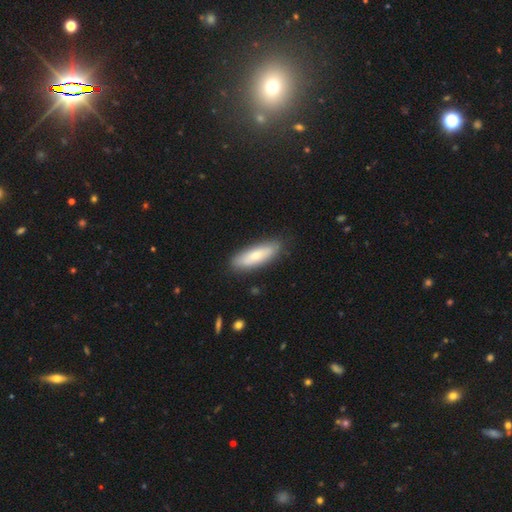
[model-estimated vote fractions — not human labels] The model was most divided on "how rounded" (2-way tie): in between: 49%, cigar-shaped: 49%, round: 2%. More confident: merging — none (86%); smooth or featured — smooth (68%).